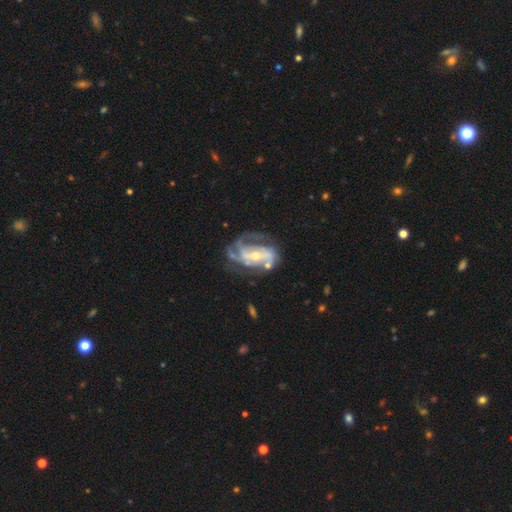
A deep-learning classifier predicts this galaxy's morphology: Smooth or featured: featured or disk — 87% (smooth — 7%)
Edge-on disk: no — 96% (yes — 4%)
Bar: weak — 34% (strong — 33%)
Spiral arms: yes — 93% (no — 7%)
Spiral winding: medium — 43% (tight — 38%)
Spiral arm count: 2 — 38% (3 — 25%)
Bulge size: small — 51% (moderate — 45%)
Merging: none — 51% (minor disturbance — 22%)